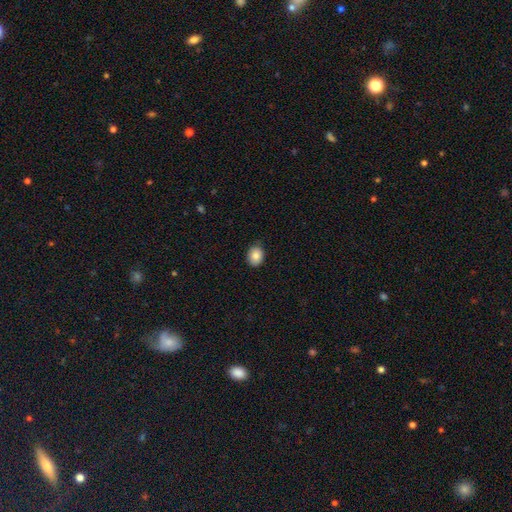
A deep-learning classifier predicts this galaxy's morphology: smooth_or_featured: smooth (p=0.86) [alt: star or artifact p=0.08]
how_rounded: in between (p=0.57) [alt: round p=0.43]
merging: none (p=0.82) [alt: minor disturbance p=0.14]